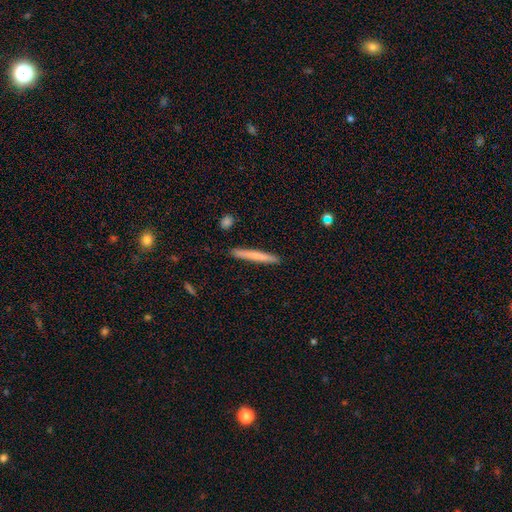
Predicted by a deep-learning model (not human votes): Overall: smooth (67%; featured or disk 28%). How rounded: cigar-shaped (97%). Merging: none (91%).